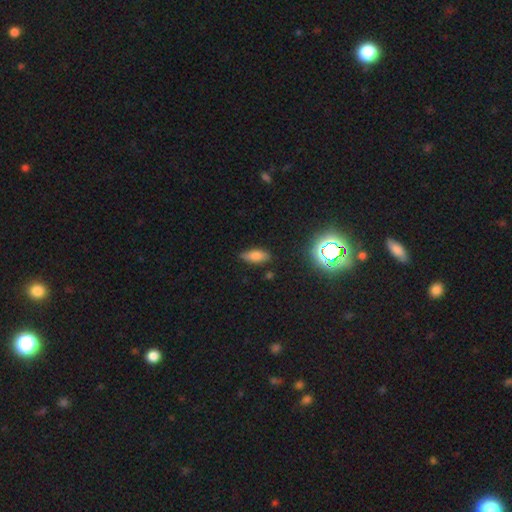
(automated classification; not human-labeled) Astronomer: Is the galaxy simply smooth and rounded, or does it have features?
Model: smooth — 73%.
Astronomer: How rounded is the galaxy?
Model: in between — 77%.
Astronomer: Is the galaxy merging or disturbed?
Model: none — 82%.